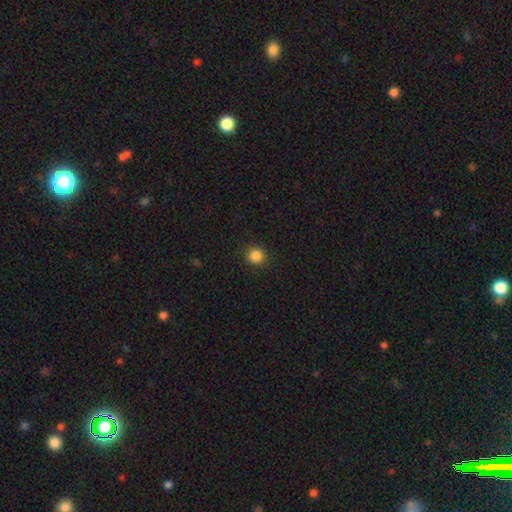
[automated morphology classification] Smooth or featured? smooth (86%)
How rounded? round (93%)
Merging? none (91%)